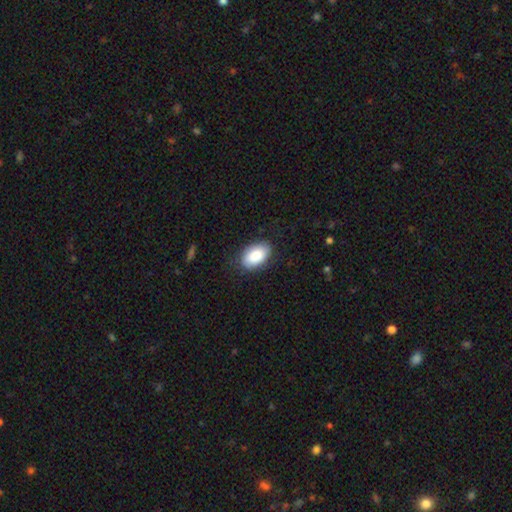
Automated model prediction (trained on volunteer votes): Q: Smooth or featured?
A: smooth (88%); runner-up: featured or disk (6%)
Q: How rounded?
A: in between (93%); runner-up: round (6%)
Q: Merging?
A: none (82%); runner-up: minor disturbance (14%)